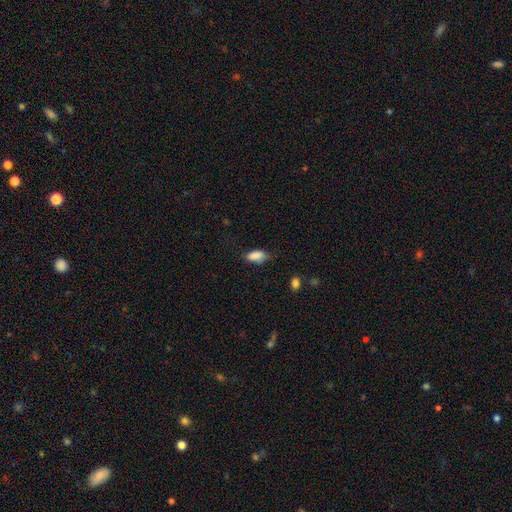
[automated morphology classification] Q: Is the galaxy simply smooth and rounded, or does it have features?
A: smooth — 86%.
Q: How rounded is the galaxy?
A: in between — 88%.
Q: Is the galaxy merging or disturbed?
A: none — 61%.